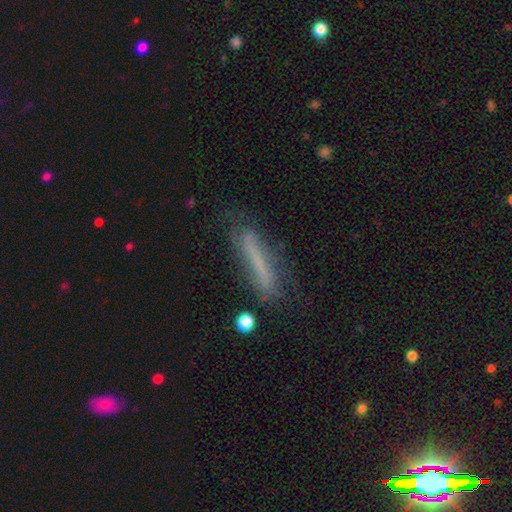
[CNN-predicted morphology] A smooth galaxy with no disk features (58%) that is cigar-shaped (90%). Merging: none (70%).